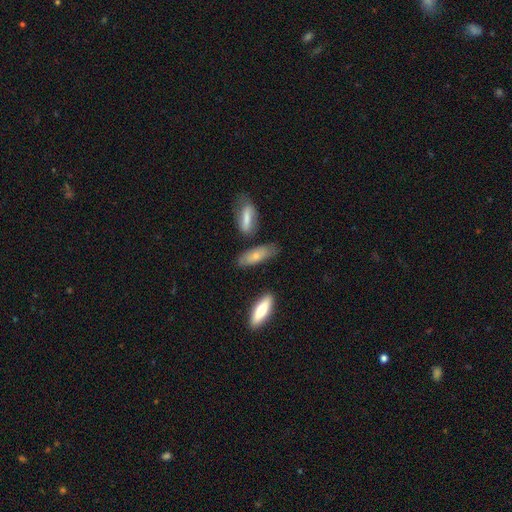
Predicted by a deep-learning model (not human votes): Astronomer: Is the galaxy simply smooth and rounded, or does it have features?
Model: smooth — 64%.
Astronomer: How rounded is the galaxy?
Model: in between — 63%.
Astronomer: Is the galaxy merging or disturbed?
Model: none — 70%.